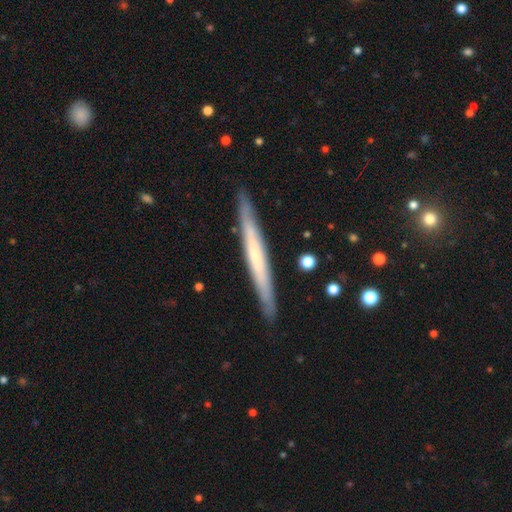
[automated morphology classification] Smooth or featured?
  - featured or disk: 53% *
  - smooth: 42%
  - star or artifact: 5%
Edge-on disk?
  - yes: 95% *
  - no: 5%
Merging?
  - none: 90% *
  - minor disturbance: 8%
  - major disturbance: 1%
  - merger: 1%